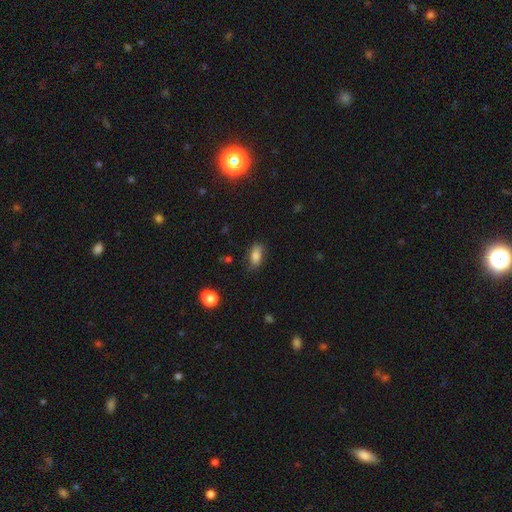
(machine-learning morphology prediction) Q: Smooth or featured?
A: smooth (75%); runner-up: featured or disk (15%)
Q: How rounded?
A: in between (86%); runner-up: cigar-shaped (8%)
Q: Merging?
A: none (72%); runner-up: minor disturbance (21%)